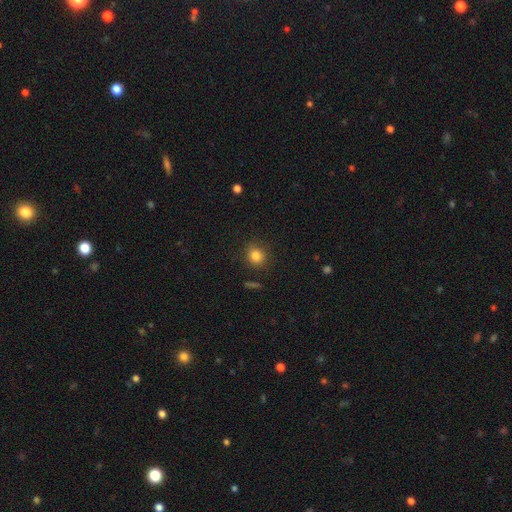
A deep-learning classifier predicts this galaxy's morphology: Q: Smooth or featured?
A: smooth (83%); runner-up: star or artifact (11%)
Q: How rounded?
A: round (81%); runner-up: in between (18%)
Q: Merging?
A: none (86%); runner-up: minor disturbance (9%)